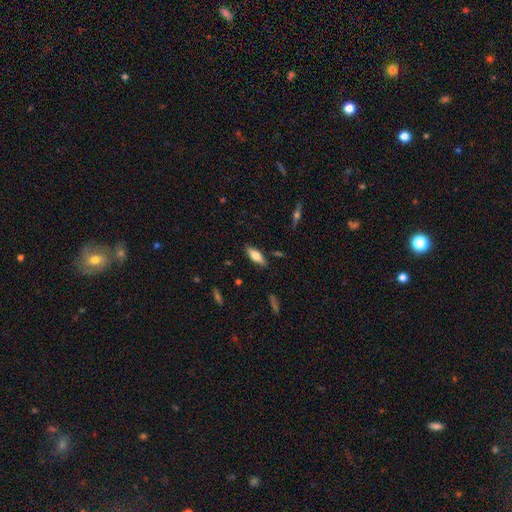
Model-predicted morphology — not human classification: Smooth or featured: smooth — 62% (featured or disk — 31%)
How rounded: in between — 62% (cigar-shaped — 36%)
Merging: none — 85% (minor disturbance — 11%)